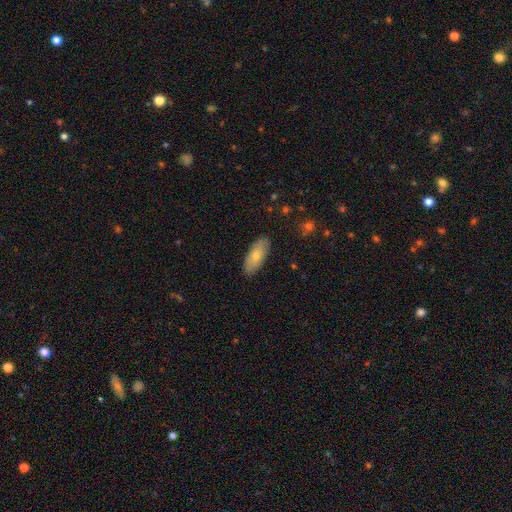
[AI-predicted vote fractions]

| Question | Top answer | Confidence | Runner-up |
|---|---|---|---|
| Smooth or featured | smooth | 64% | featured or disk (28%) |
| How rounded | in between | 75% | cigar-shaped (23%) |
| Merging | none | 88% | minor disturbance (9%) |